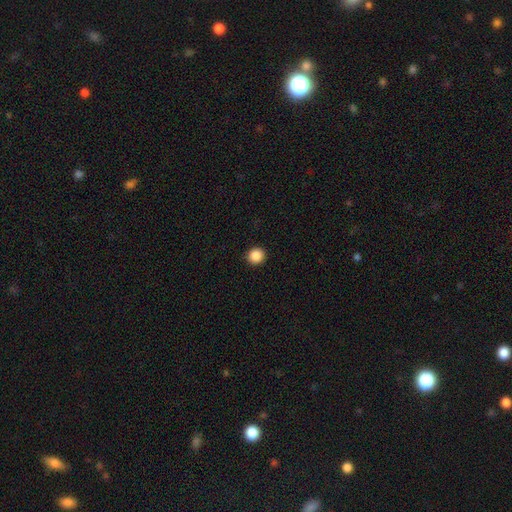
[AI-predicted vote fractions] smooth 88%, star or artifact 10%, featured or disk 3%. Down the decision tree: how rounded — round (92%); merging — none (93%).